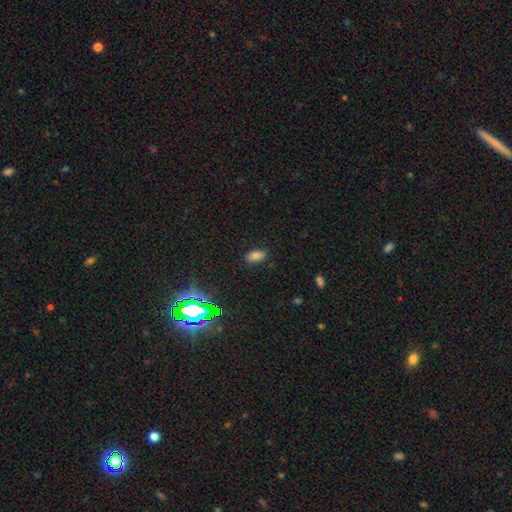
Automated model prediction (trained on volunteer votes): This appears to be a smooth galaxy with no disk features (70%) that is in between round and cigar-shaped (90%). Merging: none (86%).